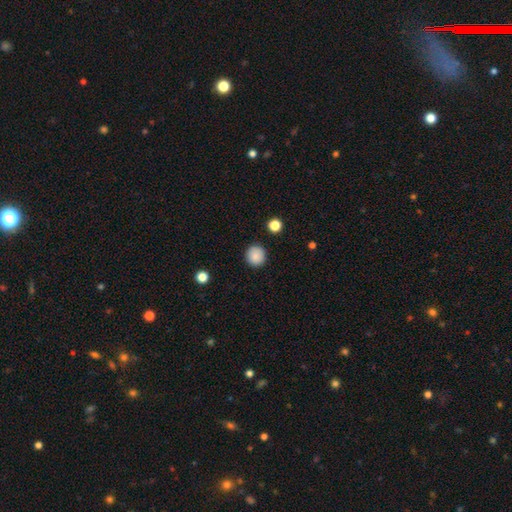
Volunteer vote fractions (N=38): Overall: smooth (84%). How rounded: round (100%). Merging: none (91%).